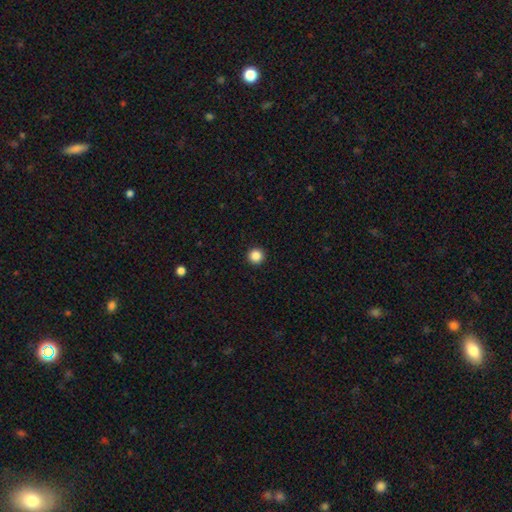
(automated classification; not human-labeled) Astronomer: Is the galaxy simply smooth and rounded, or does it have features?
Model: smooth — 87%.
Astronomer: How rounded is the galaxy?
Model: round — 96%.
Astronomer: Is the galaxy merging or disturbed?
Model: none — 94%.